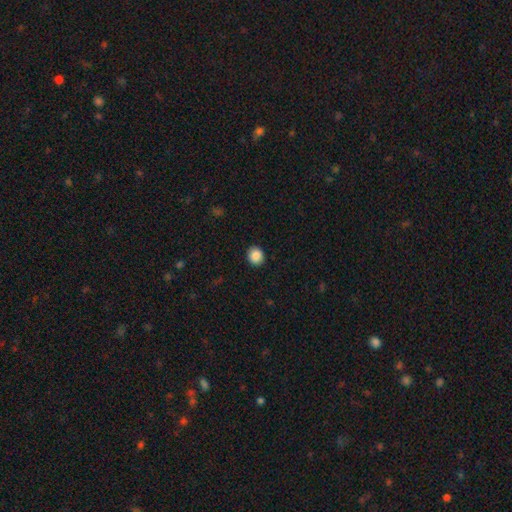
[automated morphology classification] Smooth or featured?
  - smooth: 88% *
  - star or artifact: 9%
  - featured or disk: 3%
How rounded?
  - round: 81% *
  - in between: 18%
  - cigar-shaped: 1%
Merging?
  - none: 92% *
  - minor disturbance: 6%
  - major disturbance: 2%
  - merger: 1%